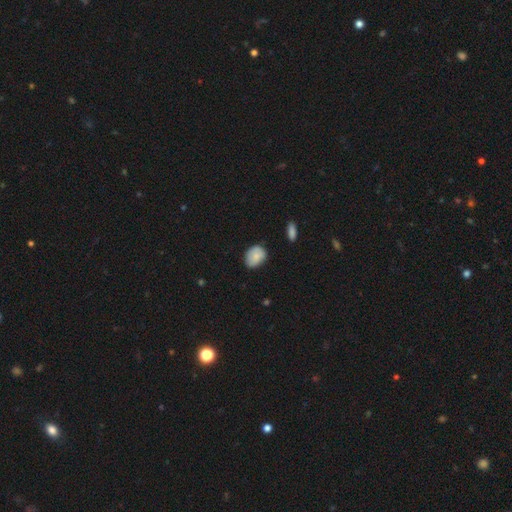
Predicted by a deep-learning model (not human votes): Smooth or featured: smooth — 78% (featured or disk — 15%)
How rounded: in between — 64% (round — 35%)
Merging: none — 67% (minor disturbance — 27%)